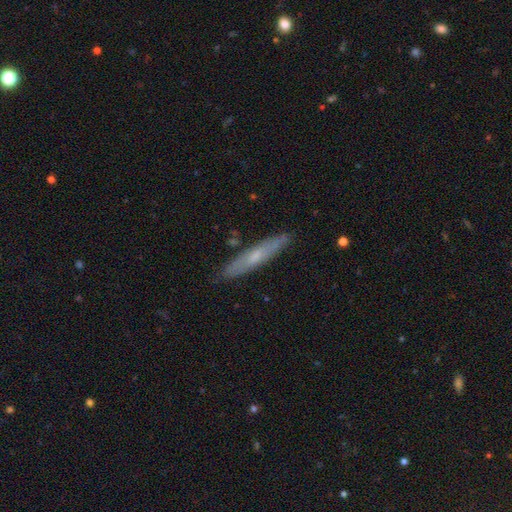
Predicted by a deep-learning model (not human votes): The model was most divided on "smooth or featured": smooth: 47%, featured or disk: 46%, star or artifact: 7%. More confident: merging — none (87%).